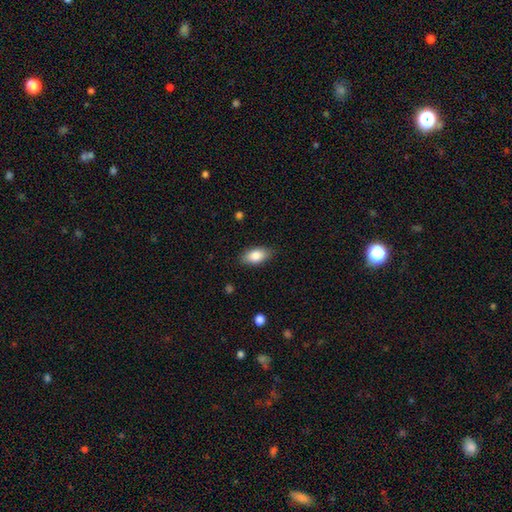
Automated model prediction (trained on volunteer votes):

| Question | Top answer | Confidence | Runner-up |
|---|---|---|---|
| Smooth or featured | smooth | 84% | featured or disk (9%) |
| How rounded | in between | 91% | cigar-shaped (5%) |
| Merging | none | 86% | minor disturbance (10%) |